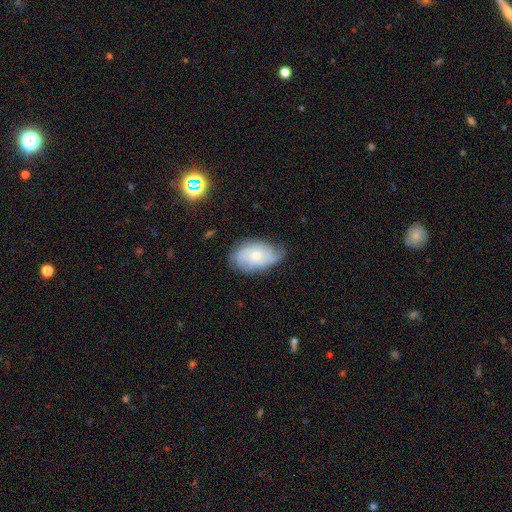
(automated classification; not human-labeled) Overall: featured or disk (61%; smooth 32%). Edge-on disk: no (95%). Bar: no (78%). Spiral arms: yes (86%). Bulge size: small (50%; moderate 44%). Merging: none (60%; minor disturbance 30%).